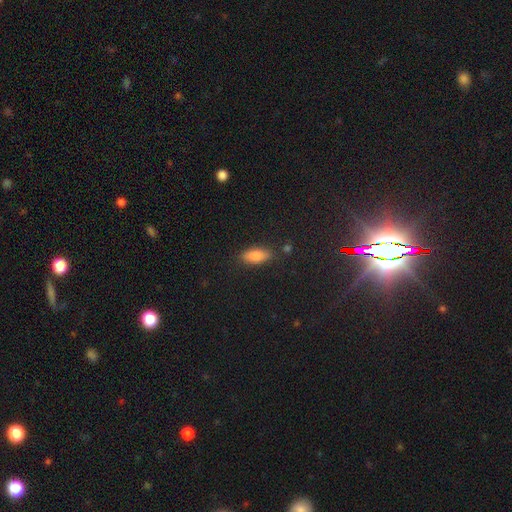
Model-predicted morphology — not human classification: Smooth or featured? Predicted: smooth (p=0.79). How rounded? Predicted: in between (p=0.81). Merging? Predicted: none (p=0.82).